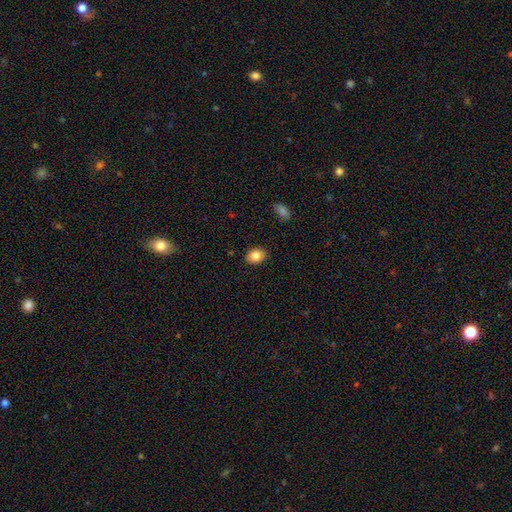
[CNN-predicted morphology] Smooth or featured?
  - smooth: 85% *
  - star or artifact: 8%
  - featured or disk: 7%
How rounded?
  - in between: 69% *
  - round: 30%
  - cigar-shaped: 1%
Merging?
  - none: 89% *
  - minor disturbance: 8%
  - major disturbance: 2%
  - merger: 1%